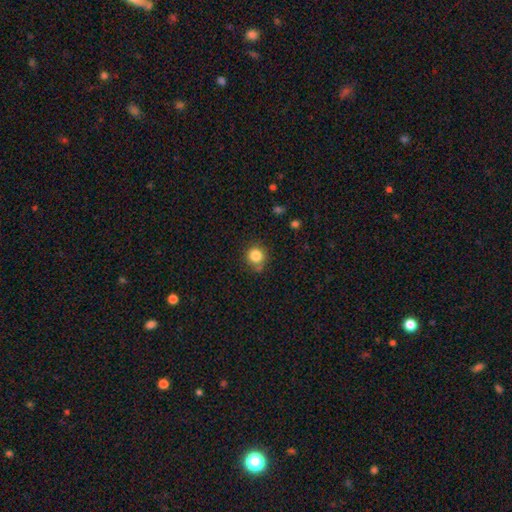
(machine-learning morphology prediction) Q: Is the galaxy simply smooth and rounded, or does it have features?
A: smooth — 84%.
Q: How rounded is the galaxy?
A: round — 91%.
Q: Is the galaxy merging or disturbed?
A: none — 75%.